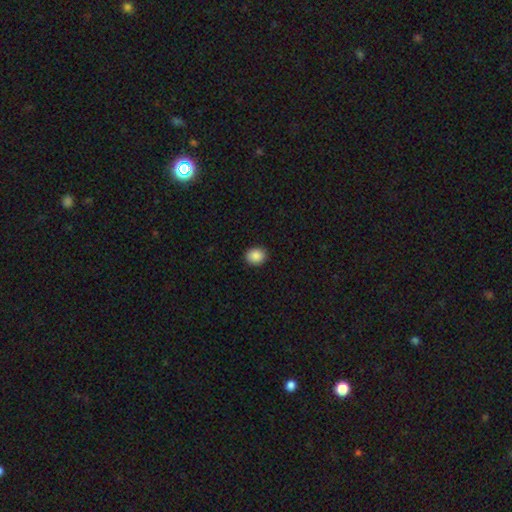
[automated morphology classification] smooth_or_featured: smooth (p=0.88) [alt: star or artifact p=0.08]
how_rounded: round (p=0.67) [alt: in between p=0.32]
merging: none (p=0.90) [alt: minor disturbance p=0.07]